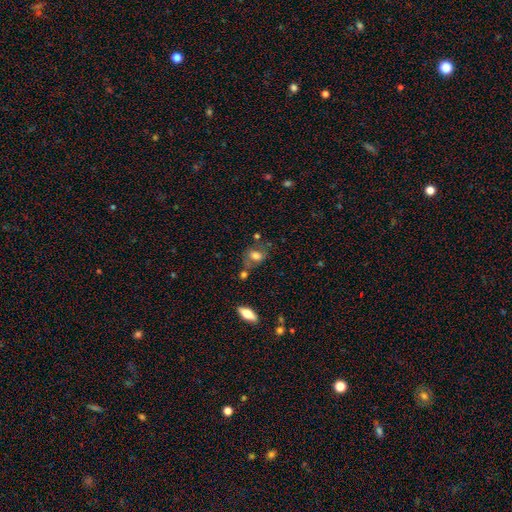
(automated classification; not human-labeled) A smooth galaxy with no disk features (68%) that is in between round and cigar-shaped (68%). Merging: none (54%).